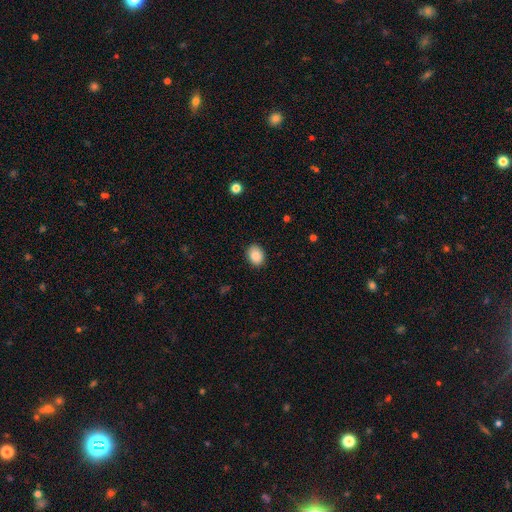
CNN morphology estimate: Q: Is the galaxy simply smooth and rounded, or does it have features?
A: smooth — 87%.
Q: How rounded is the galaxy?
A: in between — 61%.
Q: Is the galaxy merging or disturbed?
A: none — 89%.